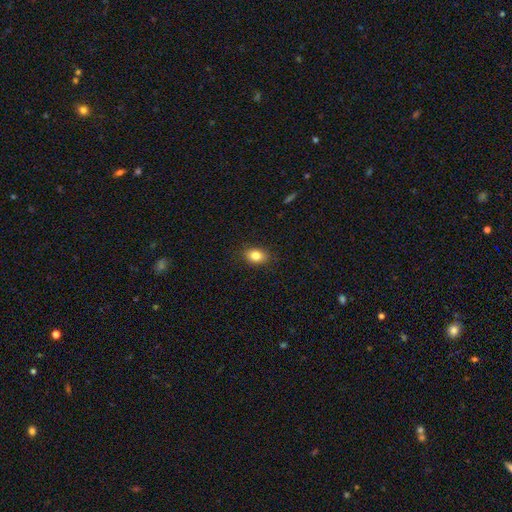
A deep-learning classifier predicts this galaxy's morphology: Smooth or featured? Predicted: smooth (p=0.83). How rounded? Predicted: in between (p=0.71). Merging? Predicted: none (p=0.87).